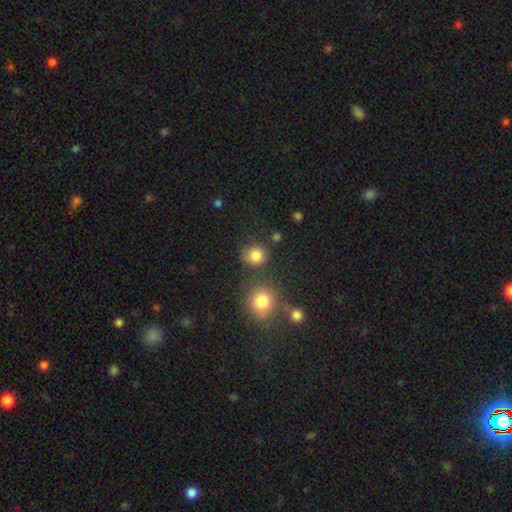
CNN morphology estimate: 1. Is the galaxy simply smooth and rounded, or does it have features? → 81% smooth, 13% star or artifact, 5% featured or disk.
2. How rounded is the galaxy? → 85% round, 14% in between, 1% cigar-shaped.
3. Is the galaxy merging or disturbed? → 75% none, 11% minor disturbance, 9% merger, 4% major disturbance.